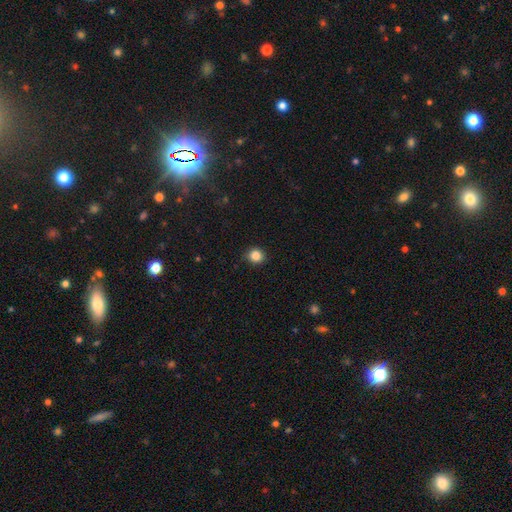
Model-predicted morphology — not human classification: A smooth galaxy with no disk features (85%) that is round (87%).

Vote fractions:
- Smooth or featured? smooth: 85% / star or artifact: 11% / featured or disk: 4%
- How rounded? round: 87% / in between: 13% / cigar-shaped: 1%
- Merging? none: 89% / minor disturbance: 8% / major disturbance: 2% / merger: 1%